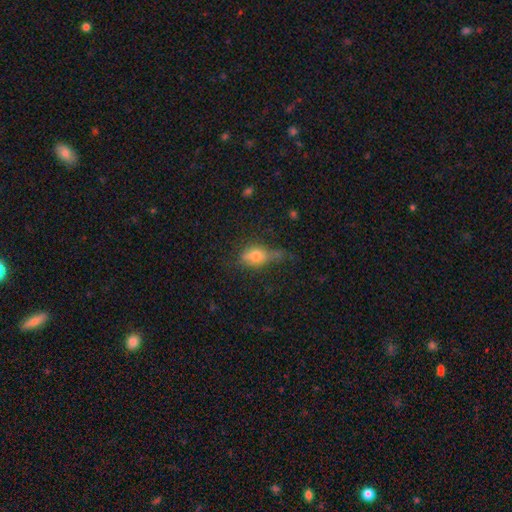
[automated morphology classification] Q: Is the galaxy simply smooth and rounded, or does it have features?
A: smooth — 65%.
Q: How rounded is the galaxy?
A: in between — 77%.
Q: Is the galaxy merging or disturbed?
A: none — 38%.